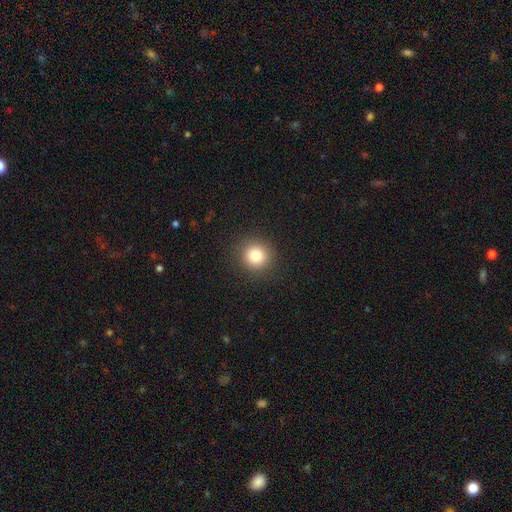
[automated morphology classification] Overall: smooth (82%). How rounded: round (93%). Merging: none (90%).